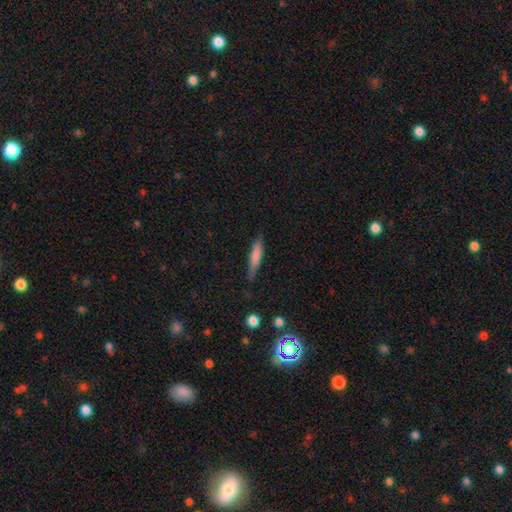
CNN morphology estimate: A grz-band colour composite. It shows a smooth galaxy with no disk features (74%) that is cigar-shaped (86%). Merging: none (76%).